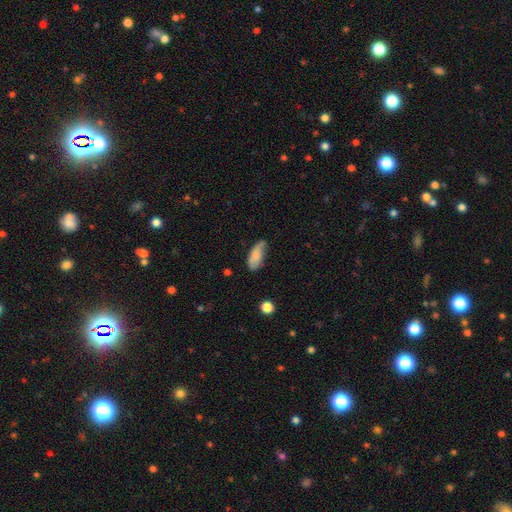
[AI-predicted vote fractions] Smooth or featured? Predicted: smooth (p=0.75). How rounded? Predicted: in between (p=0.84). Merging? Predicted: none (p=0.48).